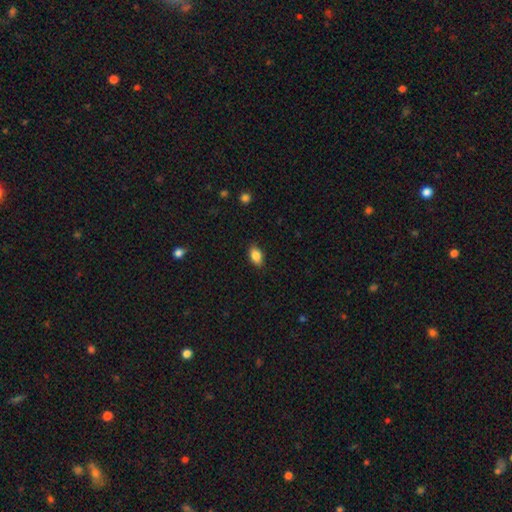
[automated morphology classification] The model was most divided on "merging": none: 87%, minor disturbance: 10%, major disturbance: 2%, merger: 1%. More confident: how rounded — in between (88%); smooth or featured — smooth (86%).